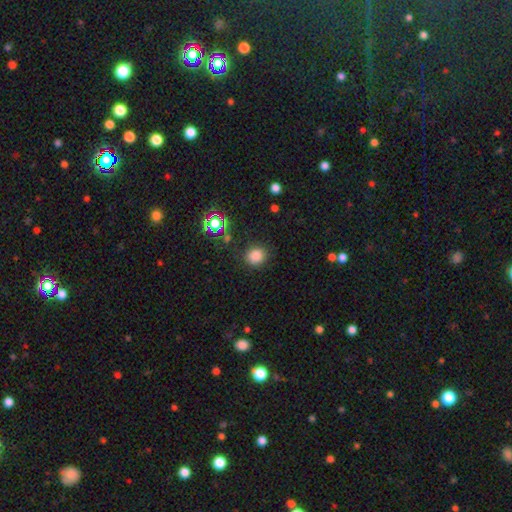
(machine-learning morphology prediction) smooth-or-featured: smooth: 80% | star or artifact: 16% | featured or disk: 4%
  how-rounded: round: 86% | in between: 13% | cigar-shaped: 1%
  merging: none: 86% | minor disturbance: 9% | major disturbance: 3% | merger: 2%